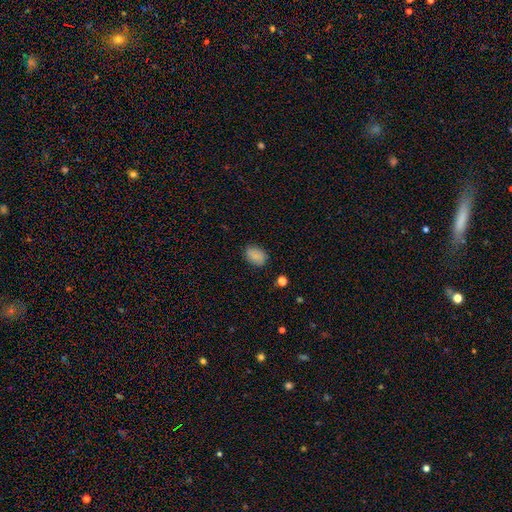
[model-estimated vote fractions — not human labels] Morphology: type=smooth (86%); roundness=in between (81%); merging=none (81%).